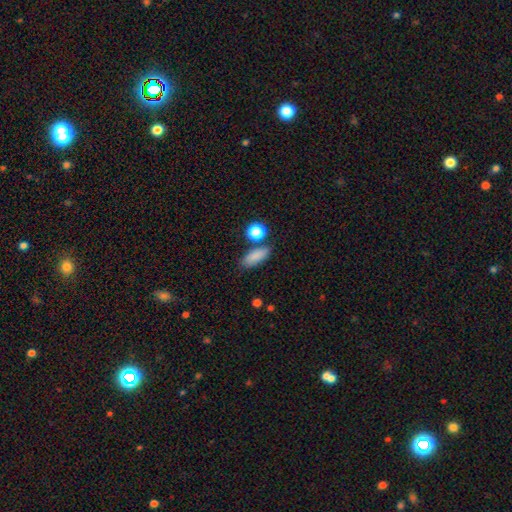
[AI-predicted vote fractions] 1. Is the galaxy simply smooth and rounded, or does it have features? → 85% smooth, 9% star or artifact, 6% featured or disk.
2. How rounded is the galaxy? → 73% in between, 20% cigar-shaped, 7% round.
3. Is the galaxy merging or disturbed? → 75% none, 13% minor disturbance, 8% merger, 4% major disturbance.